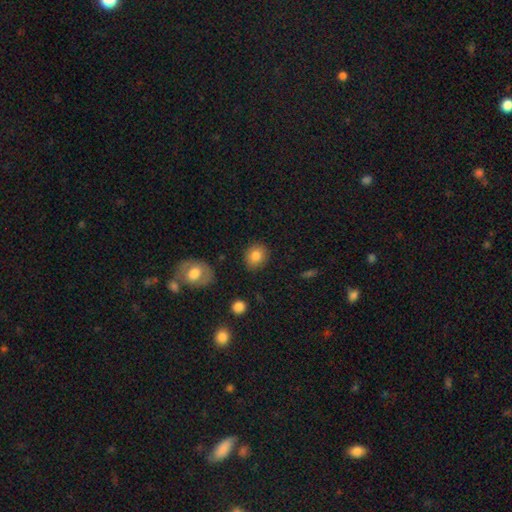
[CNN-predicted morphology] Smooth or featured? Predicted: smooth (p=0.82). How rounded? Predicted: round (p=0.71). Merging? Predicted: none (p=0.87).